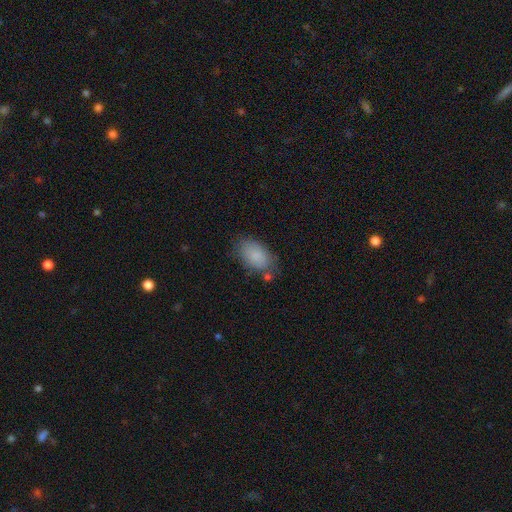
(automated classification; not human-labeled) Q: Smooth or featured?
A: smooth (86%); runner-up: featured or disk (7%)
Q: How rounded?
A: in between (92%); runner-up: round (6%)
Q: Merging?
A: none (70%); runner-up: minor disturbance (19%)